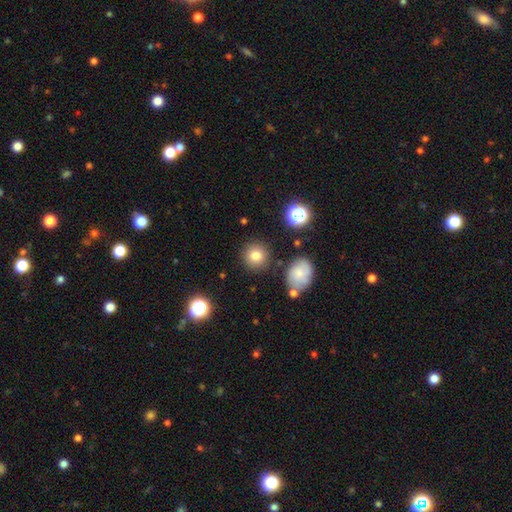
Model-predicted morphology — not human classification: smooth-or-featured: smooth: 79% | star or artifact: 12% | featured or disk: 9%
  how-rounded: round: 91% | in between: 8% | cigar-shaped: 1%
  merging: none: 85% | minor disturbance: 8% | merger: 4% | major disturbance: 3%